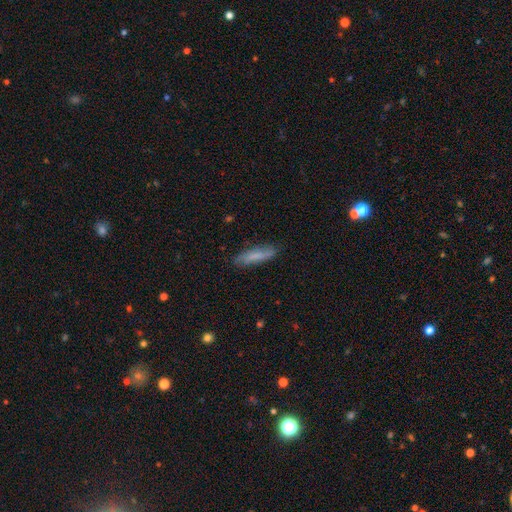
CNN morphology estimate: This is likely a smooth galaxy (69%). How rounded: likely cigar-shaped (76%). Merging: likely none (79%).